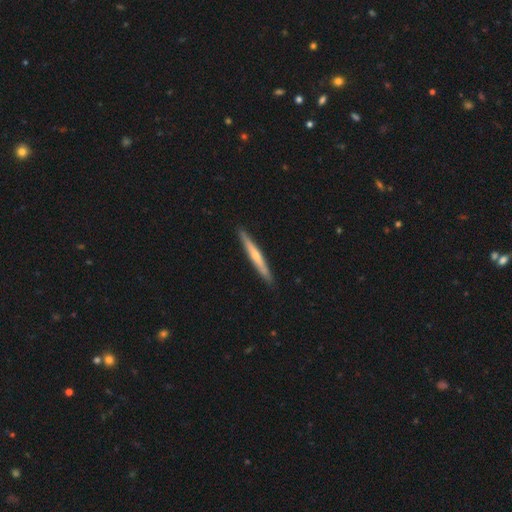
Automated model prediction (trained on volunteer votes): Smooth or featured? featured or disk (49%)
Merging? none (91%)